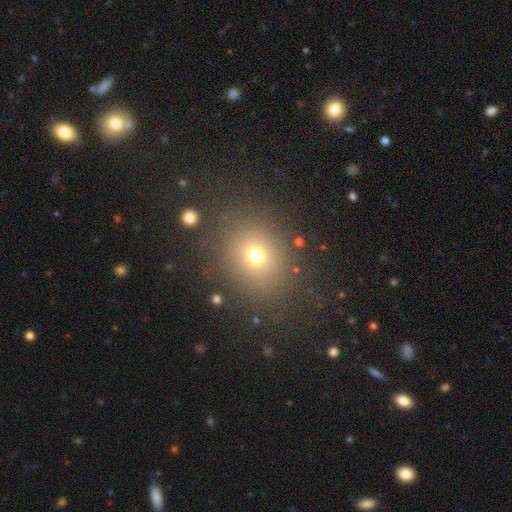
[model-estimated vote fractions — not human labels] Smooth or featured? Predicted: smooth (p=0.69). How rounded? Predicted: round (p=0.69). Merging? Predicted: none (p=0.82).